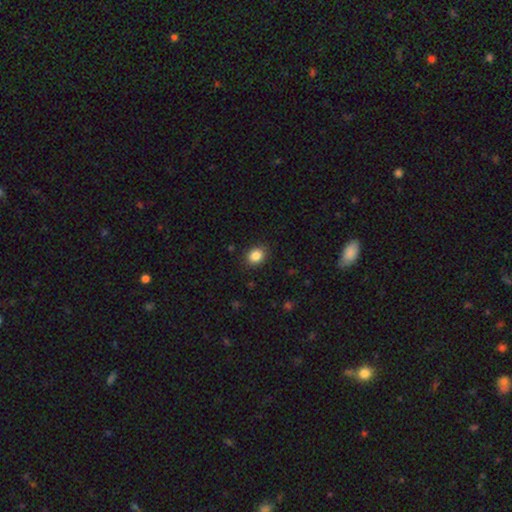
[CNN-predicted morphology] Smooth or featured? Predicted: smooth (p=0.86). How rounded? Predicted: round (p=0.52). Merging? Predicted: none (p=0.89).